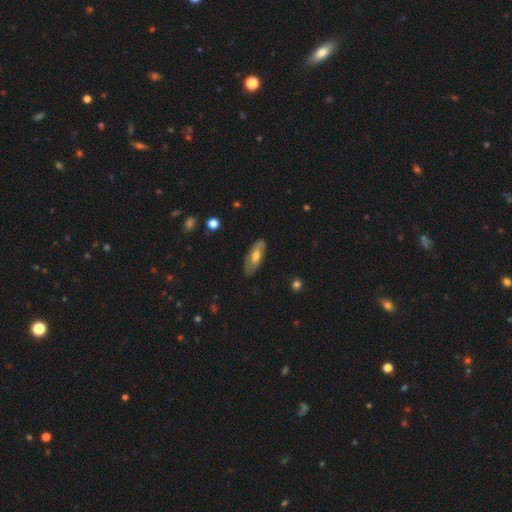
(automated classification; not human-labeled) Overall: smooth (48%; featured or disk 46%). Merging: none (81%).